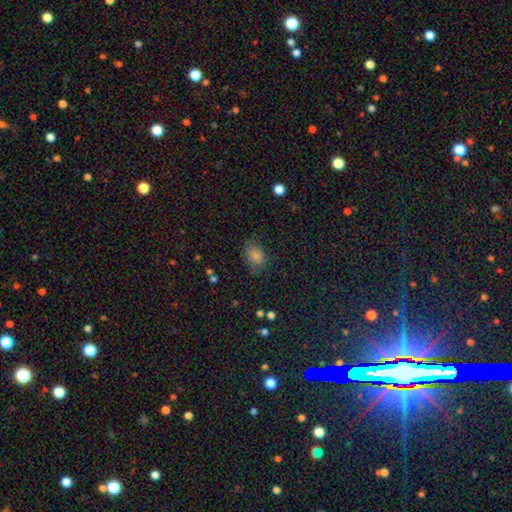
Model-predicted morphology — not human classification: smooth_or_featured: smooth (p=0.82) [alt: star or artifact p=0.10]
how_rounded: in between (p=0.72) [alt: round p=0.26]
merging: none (p=0.68) [alt: minor disturbance p=0.22]